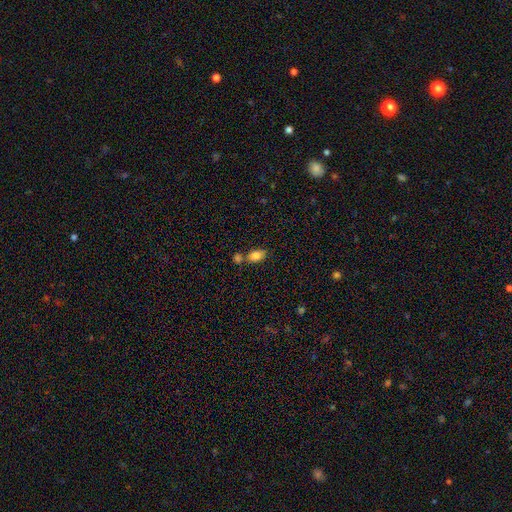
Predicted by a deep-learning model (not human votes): Q: Smooth or featured?
A: smooth (84%); runner-up: star or artifact (9%)
Q: How rounded?
A: in between (88%); runner-up: round (10%)
Q: Merging?
A: none (53%); runner-up: merger (30%)